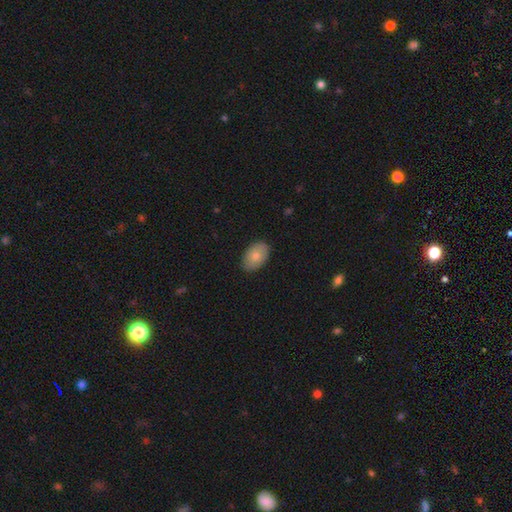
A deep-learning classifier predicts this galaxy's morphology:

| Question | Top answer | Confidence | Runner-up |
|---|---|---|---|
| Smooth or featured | smooth | 78% | featured or disk (15%) |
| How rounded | in between | 90% | round (9%) |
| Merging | none | 84% | minor disturbance (13%) |